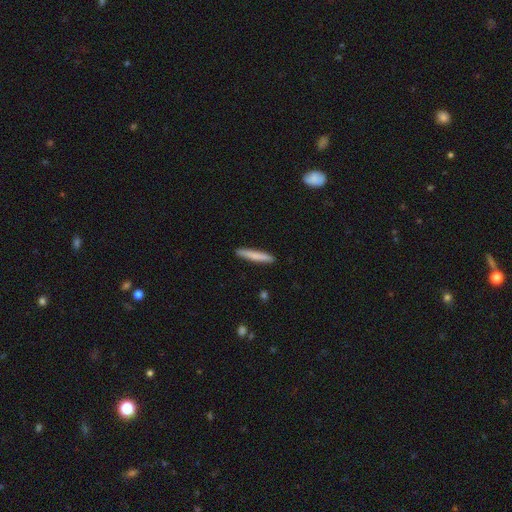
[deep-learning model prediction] Q: Smooth or featured?
A: smooth (76%); runner-up: featured or disk (18%)
Q: How rounded?
A: cigar-shaped (95%); runner-up: in between (4%)
Q: Merging?
A: none (91%); runner-up: minor disturbance (7%)